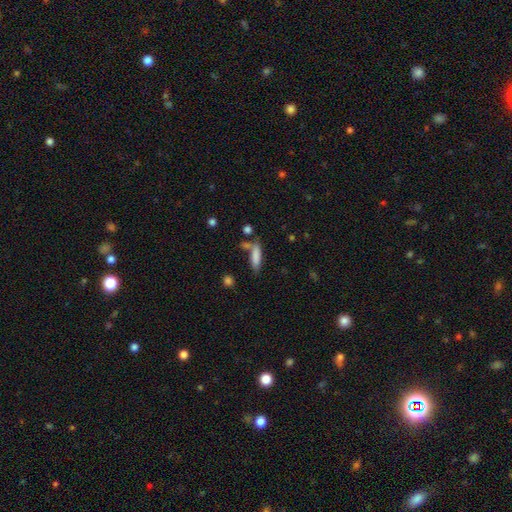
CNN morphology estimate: The model was most divided on "how rounded": cigar-shaped: 64%, in between: 34%, round: 2%. More confident: smooth or featured — smooth (83%); merging — none (62%).